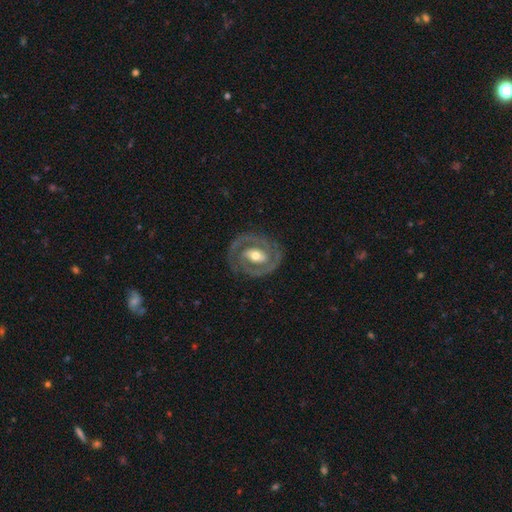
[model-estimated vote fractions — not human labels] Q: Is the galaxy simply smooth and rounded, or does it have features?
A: featured or disk — 86%.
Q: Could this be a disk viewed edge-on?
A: no — 97%.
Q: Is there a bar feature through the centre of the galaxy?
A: weak — 36%.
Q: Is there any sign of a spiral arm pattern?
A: yes — 88%.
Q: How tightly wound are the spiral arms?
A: tight — 60%.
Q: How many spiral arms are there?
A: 2 — 85%.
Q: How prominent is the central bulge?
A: moderate — 70%.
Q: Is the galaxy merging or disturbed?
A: none — 83%.